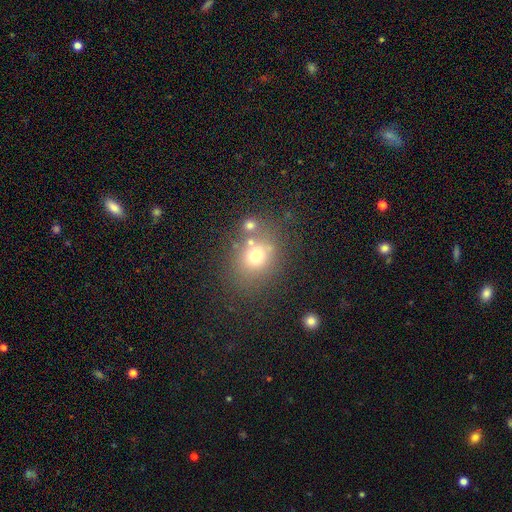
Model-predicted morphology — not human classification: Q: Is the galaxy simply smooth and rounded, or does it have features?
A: smooth — 67%.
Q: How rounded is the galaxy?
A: round — 63%.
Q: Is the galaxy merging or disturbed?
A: none — 62%.